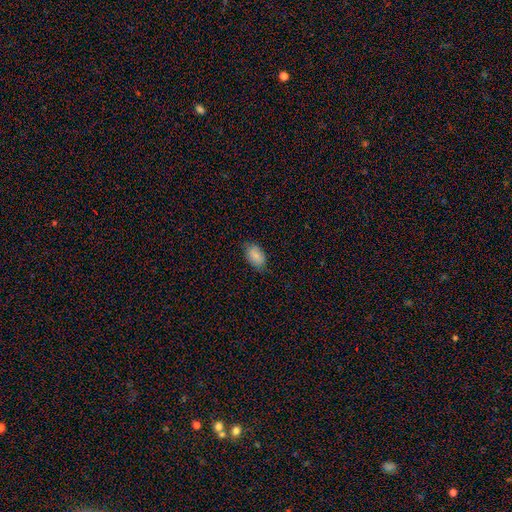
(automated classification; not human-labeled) A smooth galaxy with no disk features (84%) that is in between round and cigar-shaped (91%).

Vote fractions:
- Smooth or featured? smooth: 84% / featured or disk: 9% / star or artifact: 7%
- How rounded? in between: 91% / round: 8% / cigar-shaped: 2%
- Merging? none: 77% / minor disturbance: 19% / major disturbance: 4% / merger: 1%